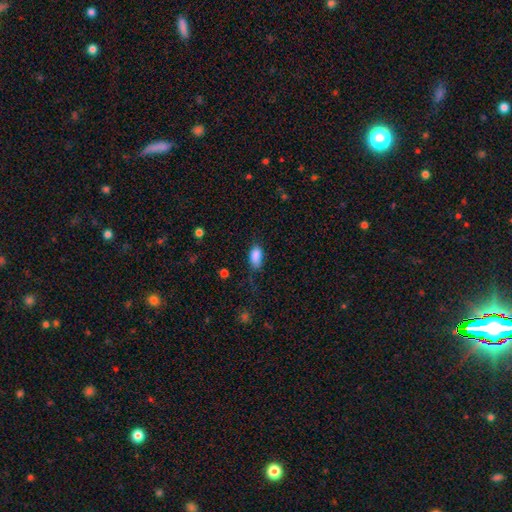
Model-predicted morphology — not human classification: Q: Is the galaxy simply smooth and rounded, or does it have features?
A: smooth — 87%.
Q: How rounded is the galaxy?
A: in between — 91%.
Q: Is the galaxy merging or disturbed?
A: none — 65%.